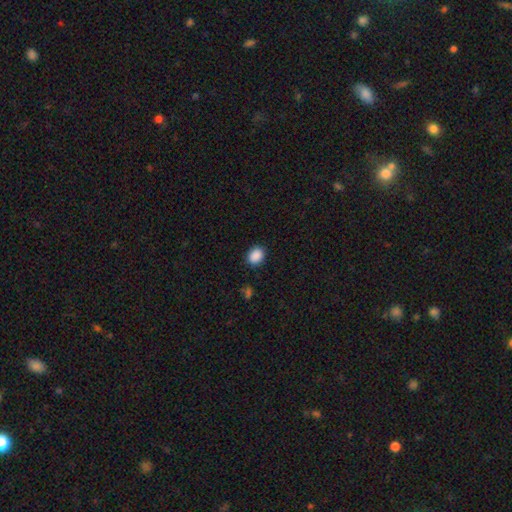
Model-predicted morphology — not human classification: This appears to be a smooth galaxy with no disk features (89%) that is round (50%). Merging: none (88%).